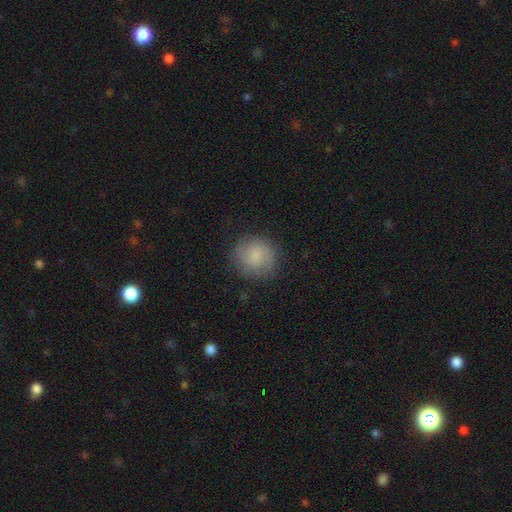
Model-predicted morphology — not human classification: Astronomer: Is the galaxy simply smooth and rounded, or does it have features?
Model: smooth — 80%.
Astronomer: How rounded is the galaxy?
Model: round — 90%.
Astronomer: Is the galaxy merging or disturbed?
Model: none — 80%.